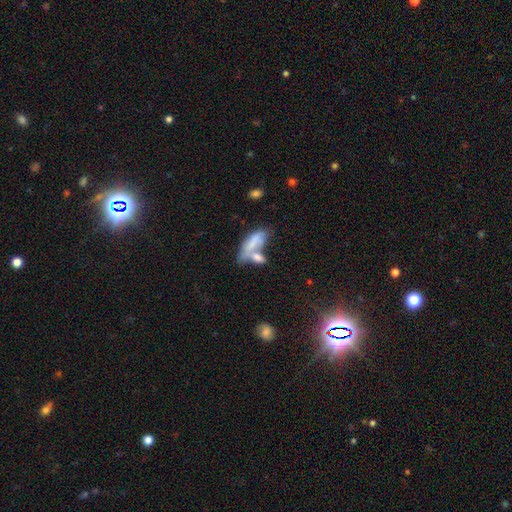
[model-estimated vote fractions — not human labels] Smooth or featured? smooth (60%)
How rounded? in between (68%)
Merging? merger (52%)